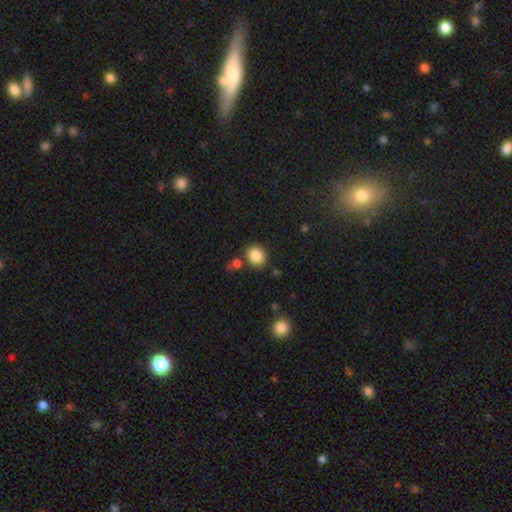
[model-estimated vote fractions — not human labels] The model was most divided on "how rounded": round: 72%, in between: 28%, cigar-shaped: 1%. More confident: smooth or featured — smooth (86%); merging — none (78%).